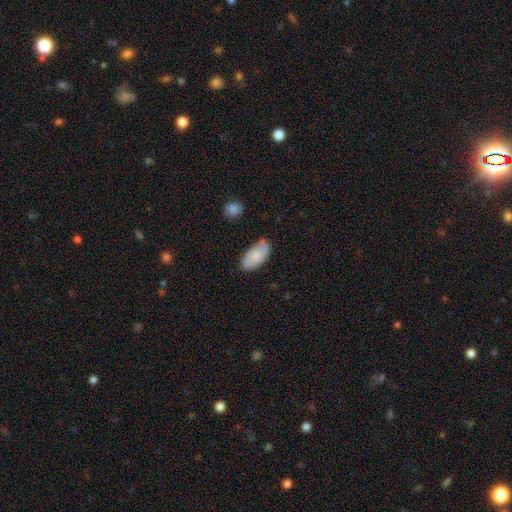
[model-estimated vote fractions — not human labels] smooth 82%, featured or disk 12%, star or artifact 6%. Down the decision tree: how rounded — in between (94%); merging — none (70%).